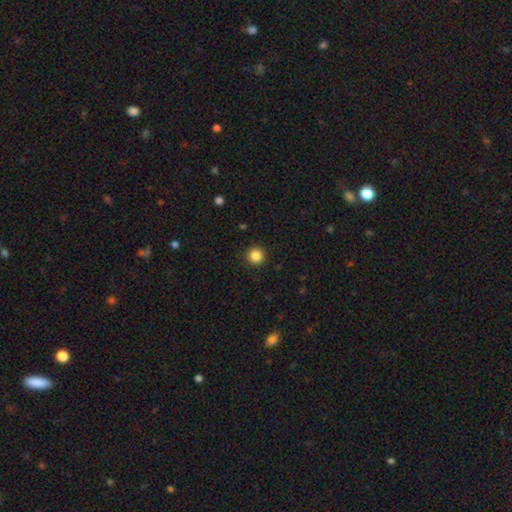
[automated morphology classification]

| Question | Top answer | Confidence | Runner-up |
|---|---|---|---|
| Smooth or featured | smooth | 86% | star or artifact (11%) |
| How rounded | round | 95% | in between (4%) |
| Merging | none | 92% | minor disturbance (5%) |